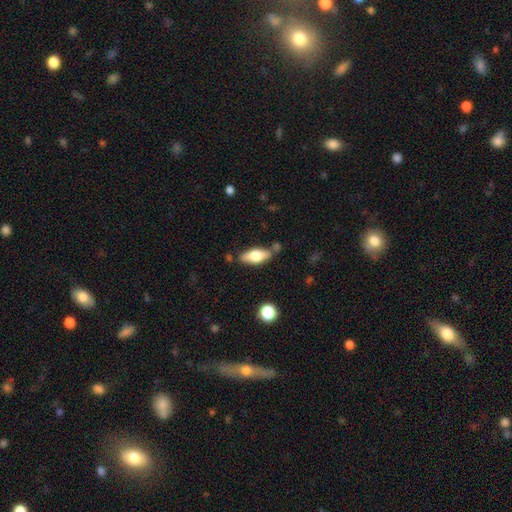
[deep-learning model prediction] Smooth or featured: smooth — 65% (featured or disk — 28%)
How rounded: in between — 75% (cigar-shaped — 22%)
Merging: none — 74% (minor disturbance — 16%)